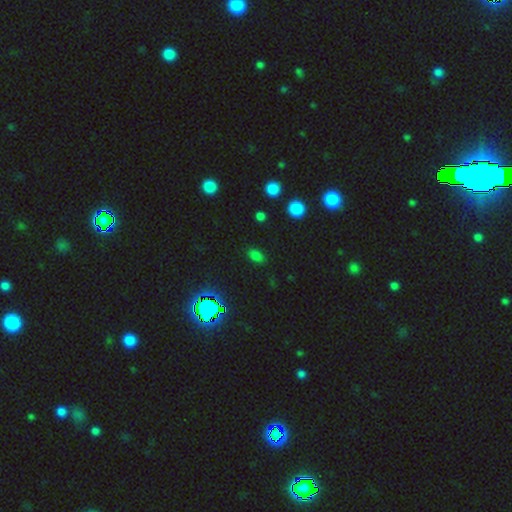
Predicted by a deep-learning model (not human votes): Morphology: type=smooth (64%); roundness=in between (82%); merging=none (84%).